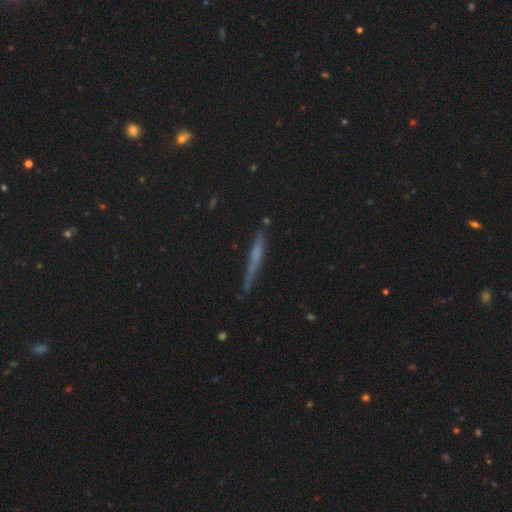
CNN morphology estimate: smooth 48%, featured or disk 40%, star or artifact 12%. Down the decision tree: merging — none (74%).